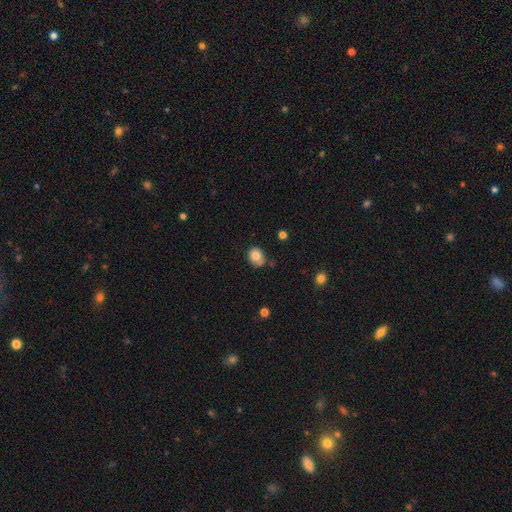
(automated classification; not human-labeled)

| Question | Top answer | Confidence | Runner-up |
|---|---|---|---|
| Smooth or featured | smooth | 80% | featured or disk (10%) |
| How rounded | round | 59% | in between (40%) |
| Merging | none | 62% | minor disturbance (26%) |